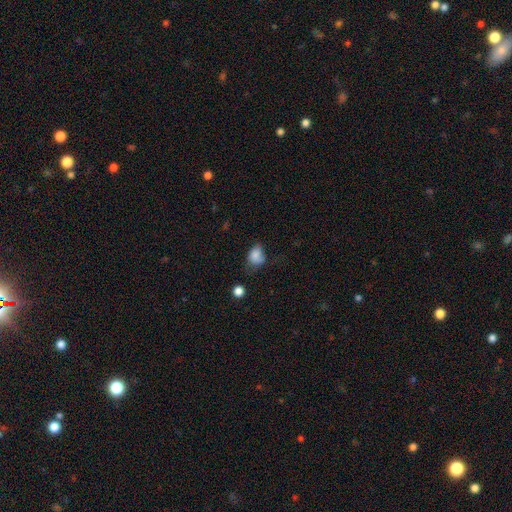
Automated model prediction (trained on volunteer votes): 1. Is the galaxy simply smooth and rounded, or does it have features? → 79% smooth, 11% featured or disk, 10% star or artifact.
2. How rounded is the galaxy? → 67% in between, 32% round, 1% cigar-shaped.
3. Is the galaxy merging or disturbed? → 37% minor disturbance, 36% none, 23% major disturbance, 5% merger.